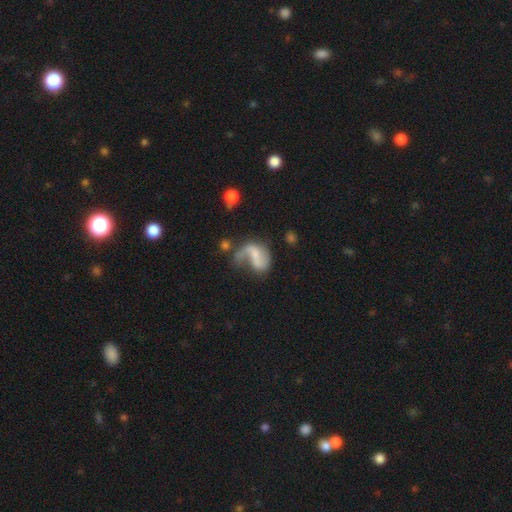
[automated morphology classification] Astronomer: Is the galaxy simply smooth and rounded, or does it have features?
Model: featured or disk — 65%.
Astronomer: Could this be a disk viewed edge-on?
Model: no — 97%.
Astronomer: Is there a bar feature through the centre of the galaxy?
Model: no — 45% (runner-up: weak, 39%).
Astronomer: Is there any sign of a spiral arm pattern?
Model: yes — 81%.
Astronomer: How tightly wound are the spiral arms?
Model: loose — 70%.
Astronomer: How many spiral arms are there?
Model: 2 — 49% (runner-up: 1, 44%).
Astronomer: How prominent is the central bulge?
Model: small — 39% (runner-up: none, 34%).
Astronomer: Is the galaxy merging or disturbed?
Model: major disturbance — 40% (runner-up: none, 27%).